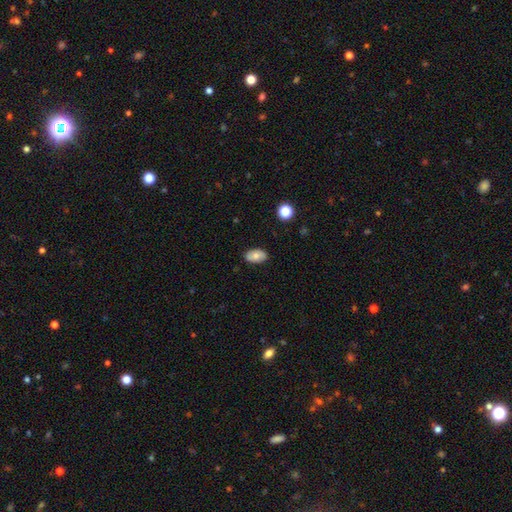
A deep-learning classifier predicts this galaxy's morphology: smooth_or_featured: smooth (p=0.74) [alt: featured or disk p=0.19]
how_rounded: in between (p=0.92) [alt: round p=0.07]
merging: none (p=0.86) [alt: minor disturbance p=0.11]